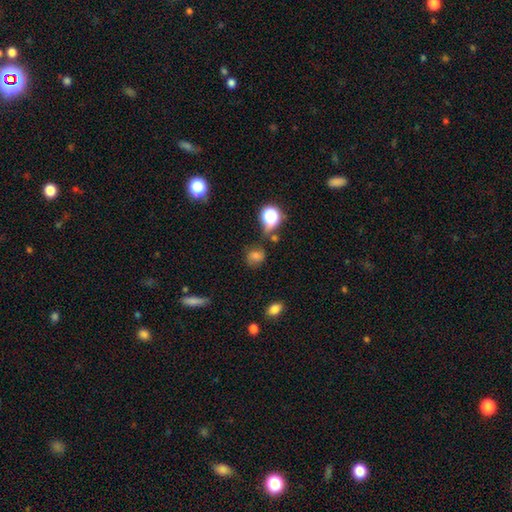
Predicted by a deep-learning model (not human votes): A smooth galaxy with no disk features (71%) that is round (66%). Merging: none (66%).